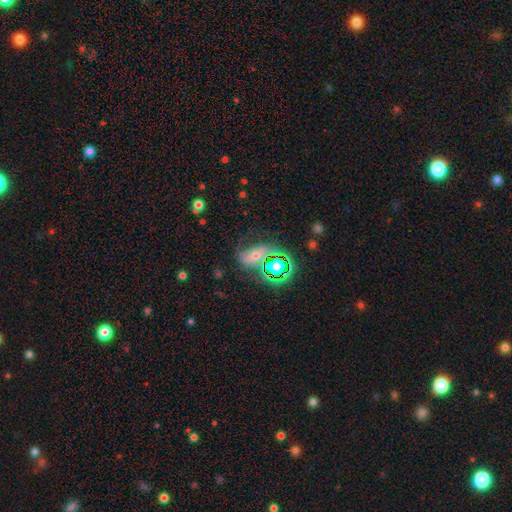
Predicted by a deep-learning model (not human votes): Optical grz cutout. It shows a featured or disk galaxy (39%). Merging: none (56%).